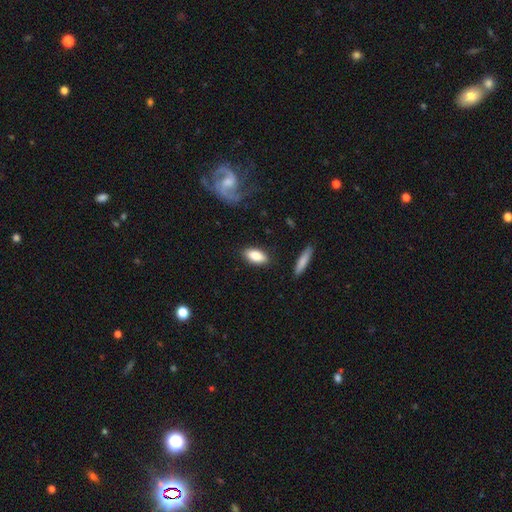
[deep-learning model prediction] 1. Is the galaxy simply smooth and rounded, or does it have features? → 84% smooth, 10% featured or disk, 6% star or artifact.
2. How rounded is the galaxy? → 86% in between, 11% cigar-shaped, 3% round.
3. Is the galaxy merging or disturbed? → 85% none, 10% minor disturbance, 3% major disturbance, 2% merger.